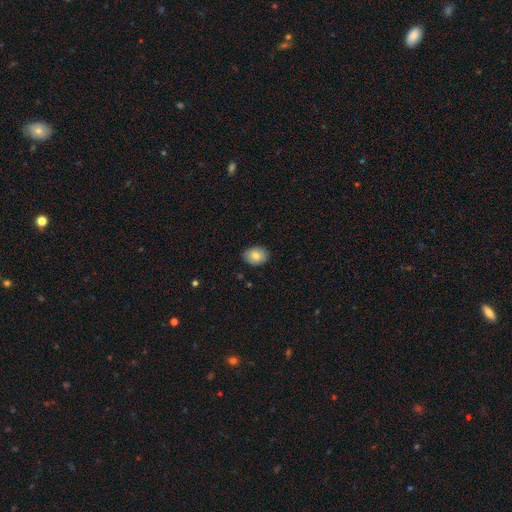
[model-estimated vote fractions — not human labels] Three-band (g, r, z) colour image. It shows a smooth galaxy with no disk features (80%) that is in between round and cigar-shaped (60%). Merging: none (85%).